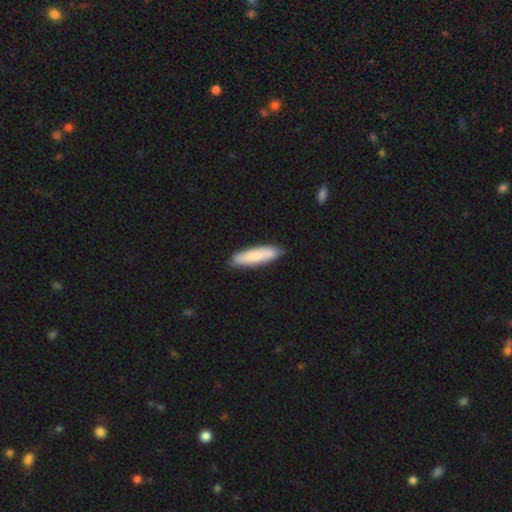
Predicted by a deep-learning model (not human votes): A smooth galaxy with no disk features (81%) that is cigar-shaped (73%).

Vote fractions:
- Smooth or featured? smooth: 81% / featured or disk: 13% / star or artifact: 5%
- How rounded? cigar-shaped: 73% / in between: 26% / round: 1%
- Merging? none: 86% / minor disturbance: 11% / major disturbance: 2% / merger: 1%